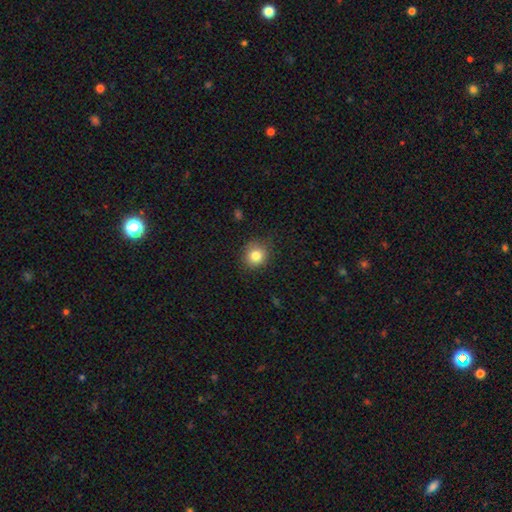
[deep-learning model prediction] This appears to be a smooth galaxy with no disk features (82%) that is round (87%). Merging: none (84%).